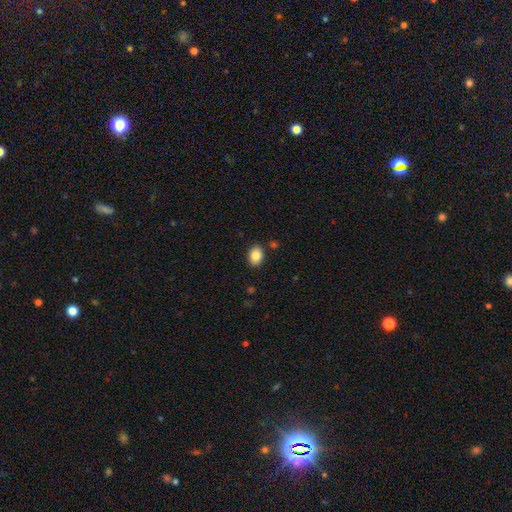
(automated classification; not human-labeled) This appears to be a smooth galaxy with no disk features (85%) that is in between round and cigar-shaped (68%). Merging: none (87%).